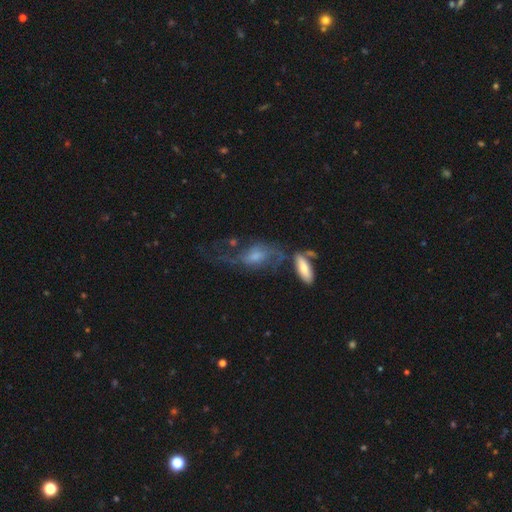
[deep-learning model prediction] featured or disk 67%, smooth 21%, star or artifact 11%. Down the decision tree: edge-on disk — no (87%); bar — no (55%); spiral arms — yes (80%); bulge size — small (41%); merging — none (32%).